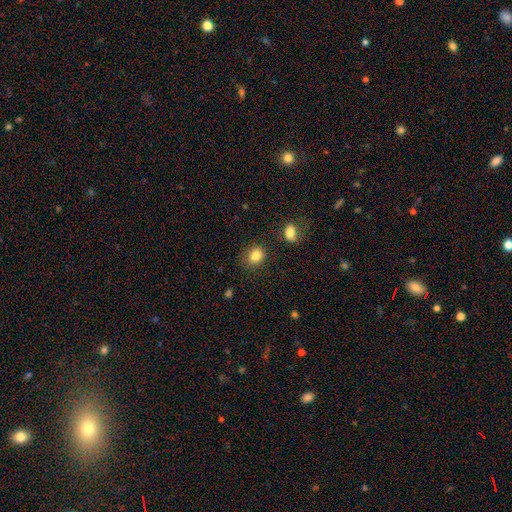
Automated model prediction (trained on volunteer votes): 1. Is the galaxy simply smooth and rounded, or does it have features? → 84% smooth, 10% star or artifact, 6% featured or disk.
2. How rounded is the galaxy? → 69% round, 30% in between, 1% cigar-shaped.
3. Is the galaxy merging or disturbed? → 81% none, 11% minor disturbance, 4% merger, 4% major disturbance.